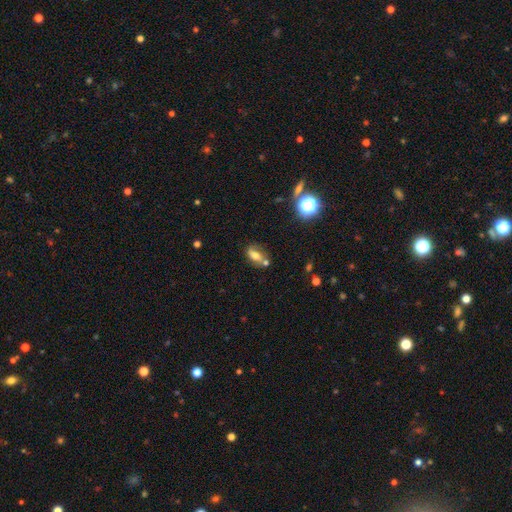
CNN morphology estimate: A smooth galaxy with no disk features (57%) that is in between round and cigar-shaped (77%). Merging: none (51%).